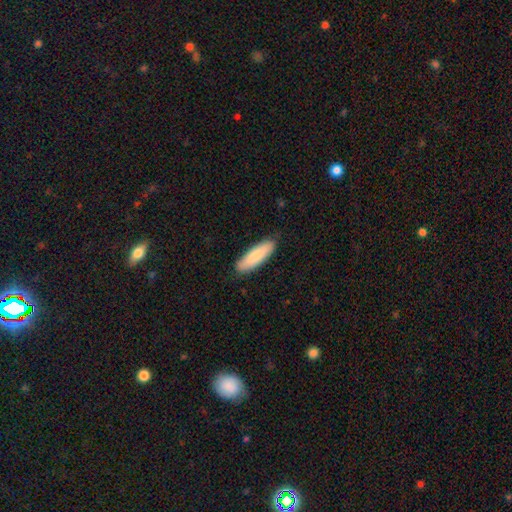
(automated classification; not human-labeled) A smooth galaxy with no disk features (84%) that is cigar-shaped (59%).

Vote fractions:
- Smooth or featured? smooth: 84% / featured or disk: 11% / star or artifact: 5%
- How rounded? cigar-shaped: 59% / in between: 39% / round: 1%
- Merging? none: 85% / minor disturbance: 12% / major disturbance: 2% / merger: 1%